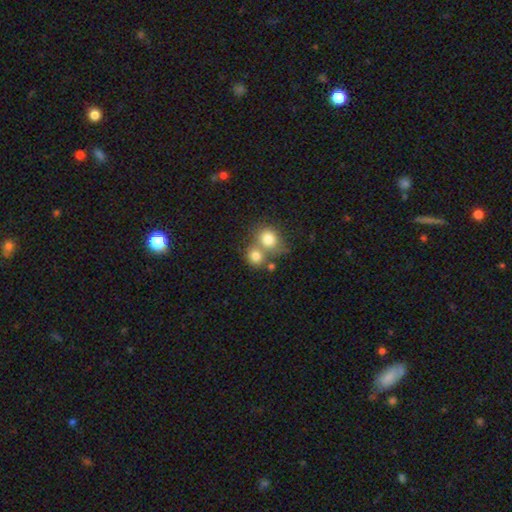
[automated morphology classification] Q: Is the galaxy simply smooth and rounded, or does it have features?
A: smooth — 79%.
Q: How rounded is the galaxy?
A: round — 74%.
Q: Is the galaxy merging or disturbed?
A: merger — 52%.